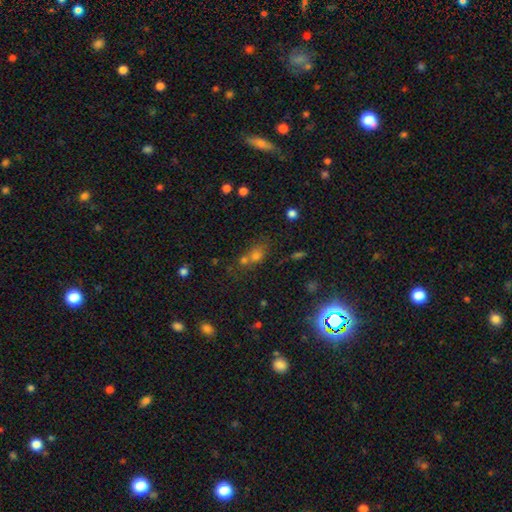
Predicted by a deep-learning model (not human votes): smooth-or-featured: smooth: 56% | star or artifact: 32% | featured or disk: 12%
  how-rounded: round: 60% | in between: 37% | cigar-shaped: 3%
  merging: none: 46% | merger: 39% | minor disturbance: 10% | major disturbance: 5%